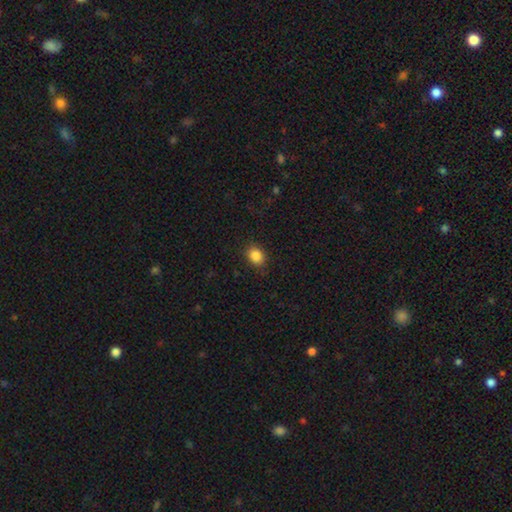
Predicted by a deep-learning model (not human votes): smooth 86%, star or artifact 10%, featured or disk 4%. Down the decision tree: how rounded — round (52%); merging — none (87%).